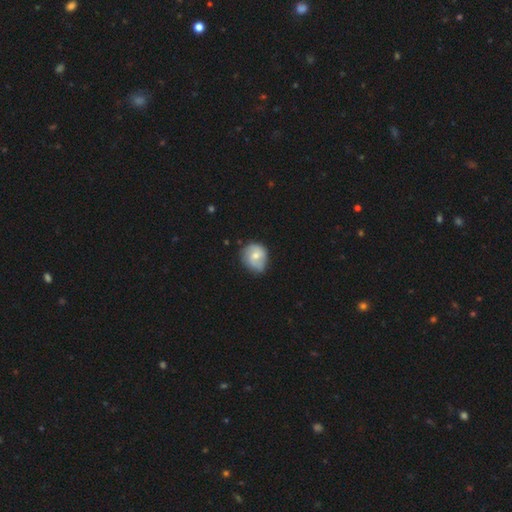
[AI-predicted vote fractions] A smooth galaxy with no disk features (52%) that is round (73%). Merging: none (58%).